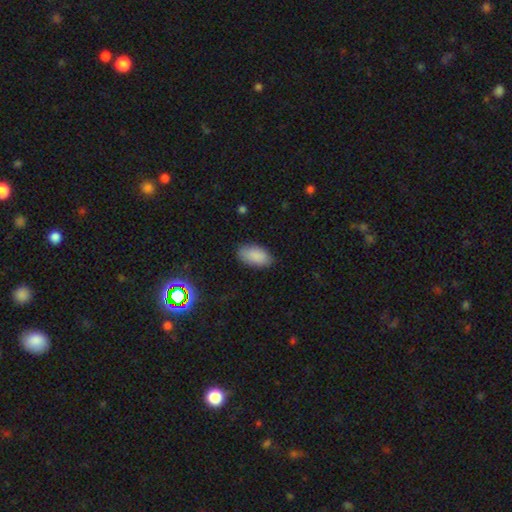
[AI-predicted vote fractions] Smooth or featured? Predicted: smooth (p=0.88). How rounded? Predicted: in between (p=0.94). Merging? Predicted: none (p=0.82).